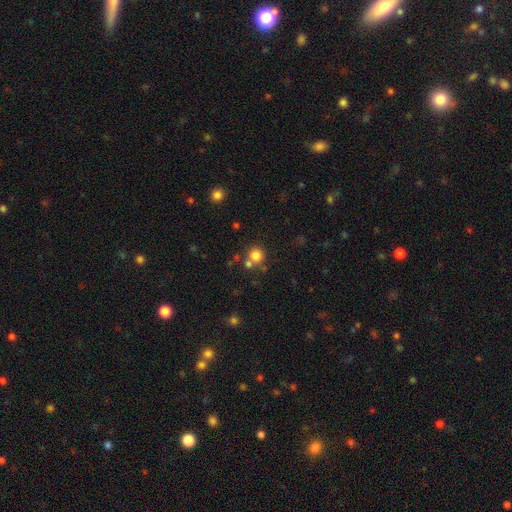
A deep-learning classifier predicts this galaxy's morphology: Overall: smooth (80%). How rounded: round (91%). Merging: none (66%).